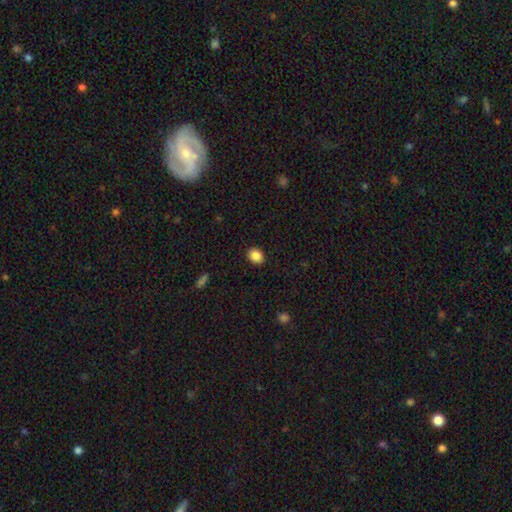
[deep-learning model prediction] Smooth or featured? smooth (87%)
How rounded? round (55%)
Merging? none (90%)